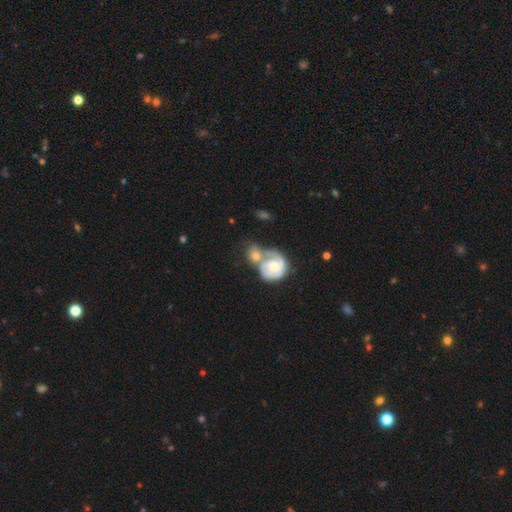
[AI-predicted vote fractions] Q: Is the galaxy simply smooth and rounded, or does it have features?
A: featured or disk — 54%.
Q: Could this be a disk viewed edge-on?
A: no — 97%.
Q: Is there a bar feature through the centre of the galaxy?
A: no — 71%.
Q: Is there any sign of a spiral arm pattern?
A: yes — 76%.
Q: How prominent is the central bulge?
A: moderate — 49%.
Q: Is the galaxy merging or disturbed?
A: merger — 60%.